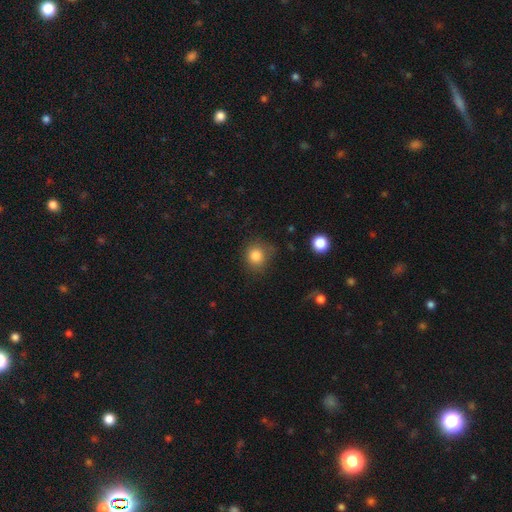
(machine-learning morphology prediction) Overall: smooth (84%). How rounded: round (82%). Merging: none (74%).